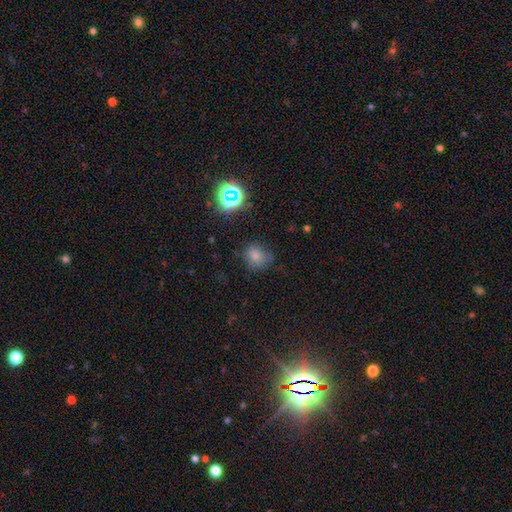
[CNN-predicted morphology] Q: Smooth or featured?
A: smooth (72%); runner-up: star or artifact (18%)
Q: How rounded?
A: round (65%); runner-up: in between (34%)
Q: Merging?
A: none (66%); runner-up: minor disturbance (23%)